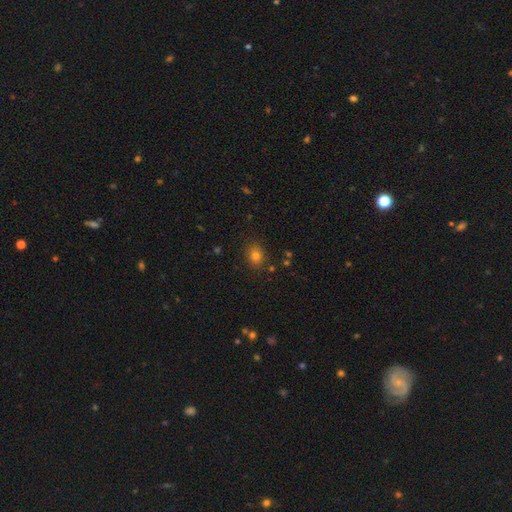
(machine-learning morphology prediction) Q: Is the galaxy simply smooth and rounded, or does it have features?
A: smooth — 77%.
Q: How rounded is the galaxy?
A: round — 54%.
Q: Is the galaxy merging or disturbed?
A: none — 86%.